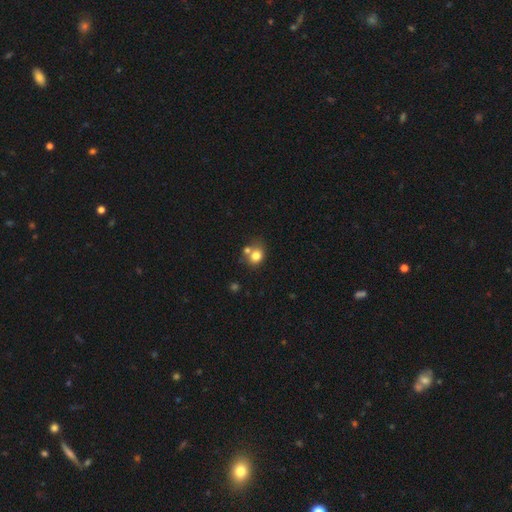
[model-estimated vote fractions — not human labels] smooth-or-featured: smooth: 78% | star or artifact: 12% | featured or disk: 10%
  how-rounded: round: 65% | in between: 34% | cigar-shaped: 1%
  merging: none: 50% | merger: 32% | minor disturbance: 14% | major disturbance: 5%